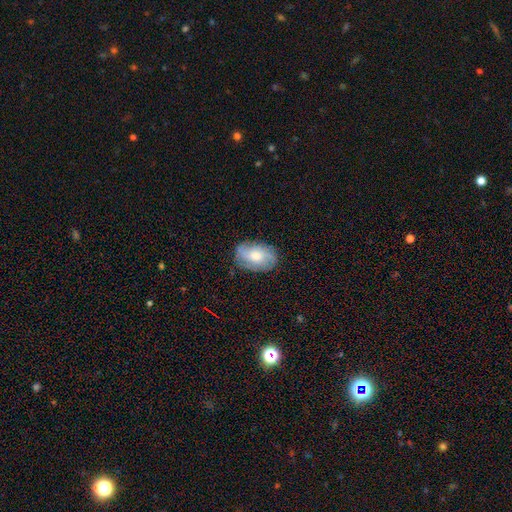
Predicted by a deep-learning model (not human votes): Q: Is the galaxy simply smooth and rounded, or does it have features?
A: featured or disk — 50%.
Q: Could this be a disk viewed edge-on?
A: no — 95%.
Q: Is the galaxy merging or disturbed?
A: none — 78%.